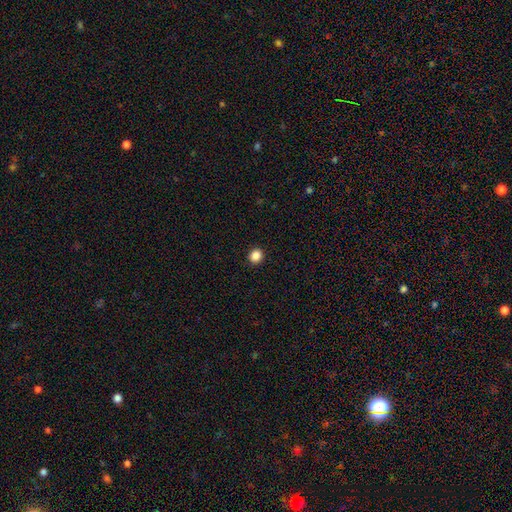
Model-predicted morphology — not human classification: type=smooth (87%); roundness=round (86%); merging=none (93%).